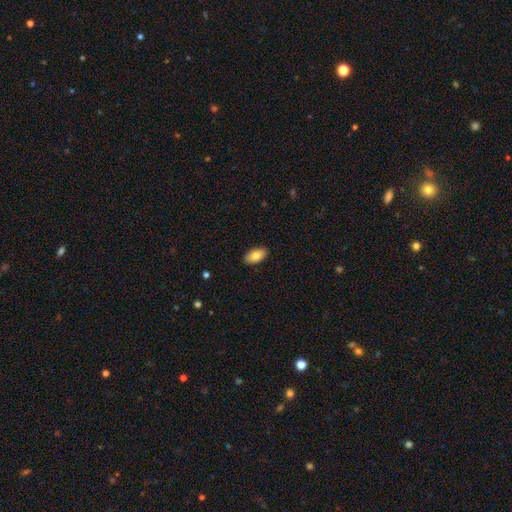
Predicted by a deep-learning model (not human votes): This is clearly a smooth galaxy (83%). How rounded: clearly in between (94%). Merging: clearly none (89%).